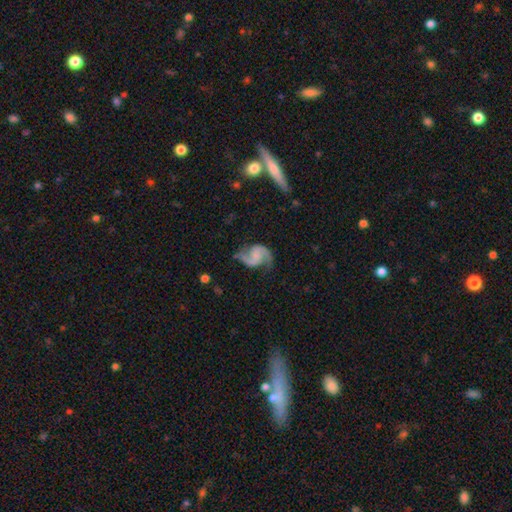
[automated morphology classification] Q: Smooth or featured?
A: featured or disk (90%); runner-up: smooth (5%)
Q: Edge-on disk?
A: no (98%); runner-up: yes (2%)
Q: Bar?
A: no (54%); runner-up: weak (36%)
Q: Spiral arms?
A: yes (98%); runner-up: no (2%)
Q: Spiral winding?
A: medium (53%); runner-up: loose (34%)
Q: Spiral arm count?
A: 2 (94%); runner-up: 1 (2%)
Q: Bulge size?
A: none (55%); runner-up: small (27%)
Q: Merging?
A: none (76%); runner-up: minor disturbance (15%)